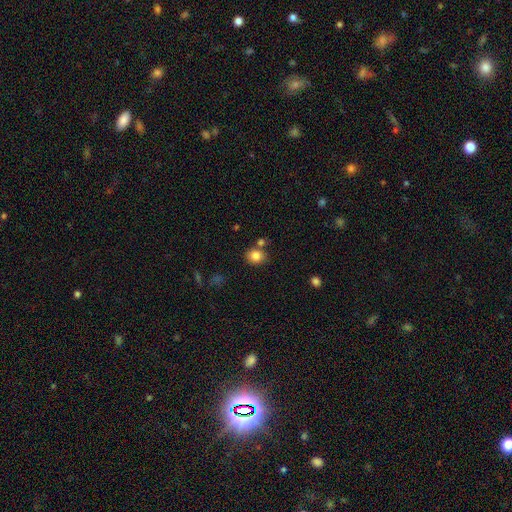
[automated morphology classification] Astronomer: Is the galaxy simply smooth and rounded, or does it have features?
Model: smooth — 83%.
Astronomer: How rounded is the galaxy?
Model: round — 66%.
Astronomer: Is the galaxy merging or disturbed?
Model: none — 72%.